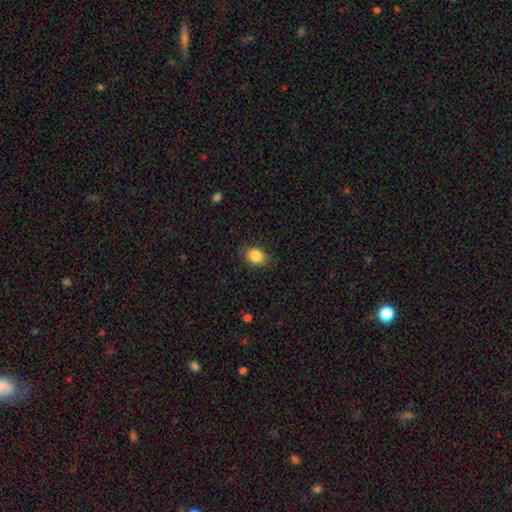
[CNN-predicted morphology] smooth 87%, star or artifact 8%, featured or disk 5%. Down the decision tree: how rounded — in between (73%); merging — none (86%).